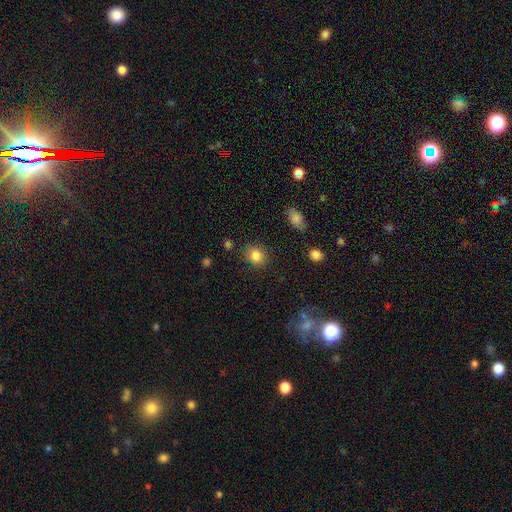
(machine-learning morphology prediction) smooth-or-featured: smooth: 84% | star or artifact: 10% | featured or disk: 6%
  how-rounded: round: 65% | in between: 34% | cigar-shaped: 1%
  merging: none: 84% | minor disturbance: 11% | major disturbance: 3% | merger: 2%